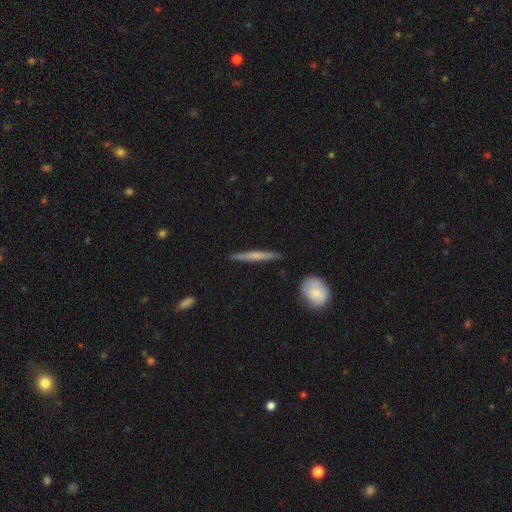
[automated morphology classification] Smooth or featured: featured or disk — 55% (smooth — 39%)
Edge-on disk: yes — 97% (no — 3%)
Edge-on bulge: rounded — 45% (none — 40%)
Merging: none — 89% (minor disturbance — 8%)